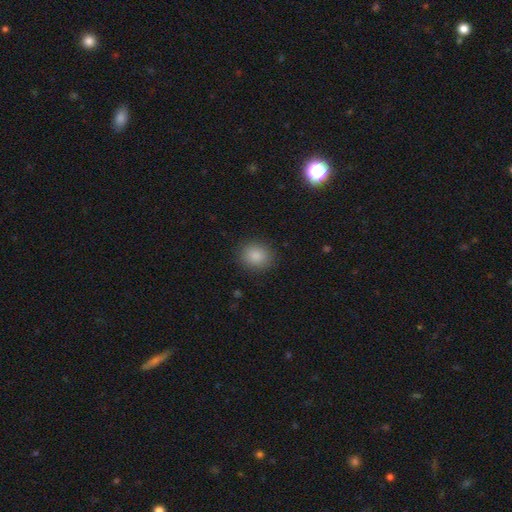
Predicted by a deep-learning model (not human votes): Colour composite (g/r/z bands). It shows a smooth galaxy with no disk features (87%) that is round (80%). Merging: none (88%).